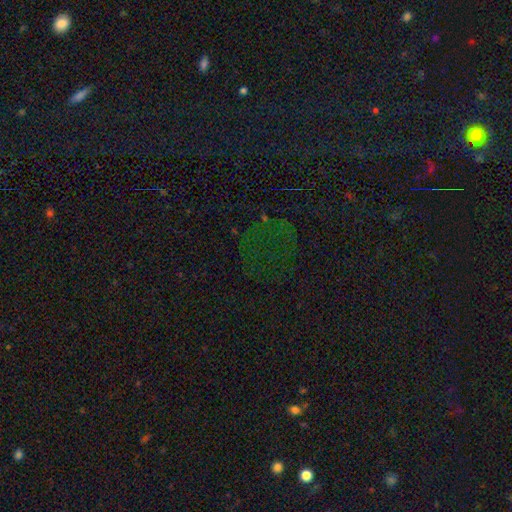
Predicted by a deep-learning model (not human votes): Q: Smooth or featured?
A: star or artifact (73%); runner-up: smooth (17%)